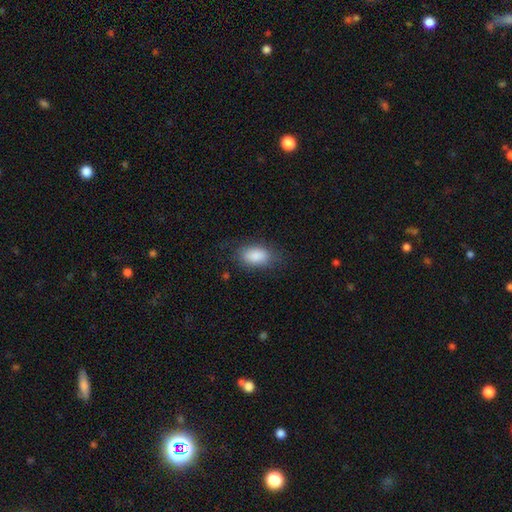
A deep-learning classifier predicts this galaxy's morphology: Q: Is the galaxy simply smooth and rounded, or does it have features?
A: smooth — 88%.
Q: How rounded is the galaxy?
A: in between — 91%.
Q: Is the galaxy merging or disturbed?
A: none — 76%.